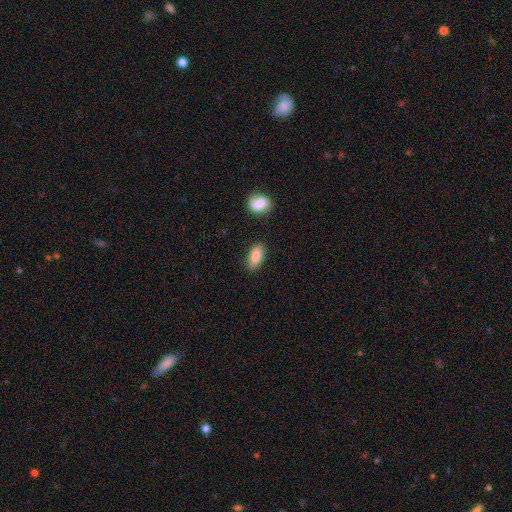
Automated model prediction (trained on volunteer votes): This is clearly a smooth galaxy (85%). How rounded: clearly in between (88%). Merging: clearly none (81%).